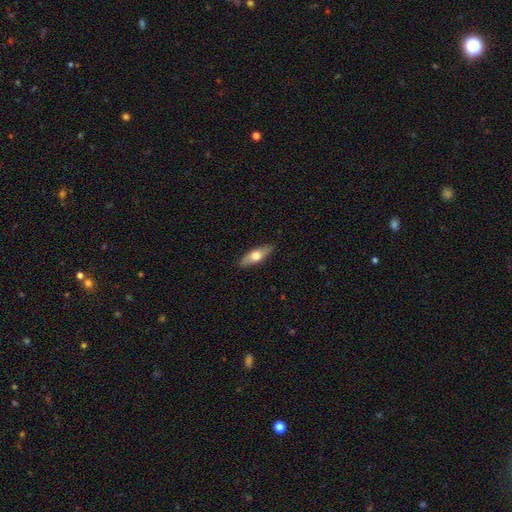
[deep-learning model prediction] smooth-or-featured: smooth: 58% | featured or disk: 36% | star or artifact: 6%
  how-rounded: in between: 59% | cigar-shaped: 37% | round: 3%
  merging: none: 87% | minor disturbance: 10% | major disturbance: 2% | merger: 1%